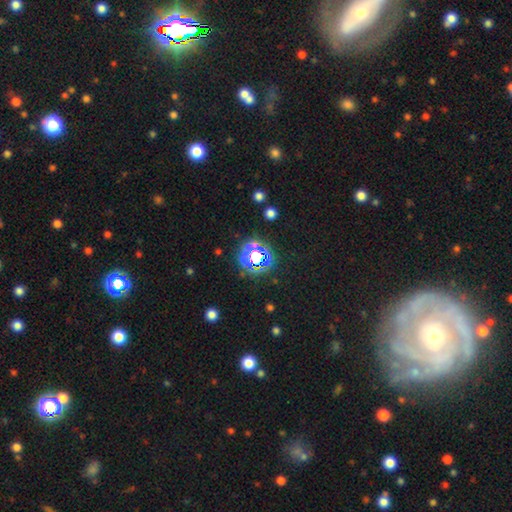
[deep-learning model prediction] Smooth or featured? star or artifact (67%)